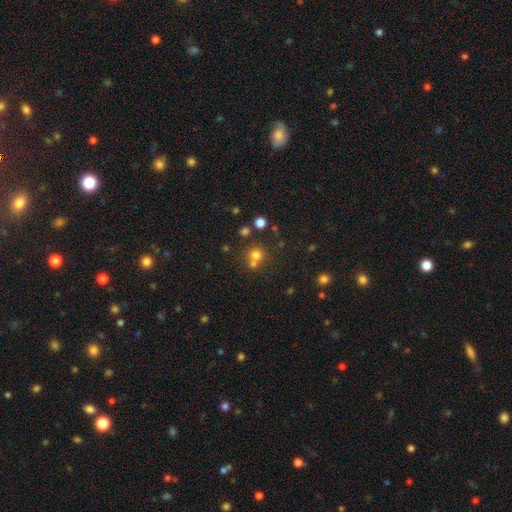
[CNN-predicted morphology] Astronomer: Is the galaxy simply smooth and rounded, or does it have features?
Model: smooth — 71%.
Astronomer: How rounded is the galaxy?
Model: round — 88%.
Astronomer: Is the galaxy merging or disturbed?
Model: none — 55% (runner-up: merger, 34%).